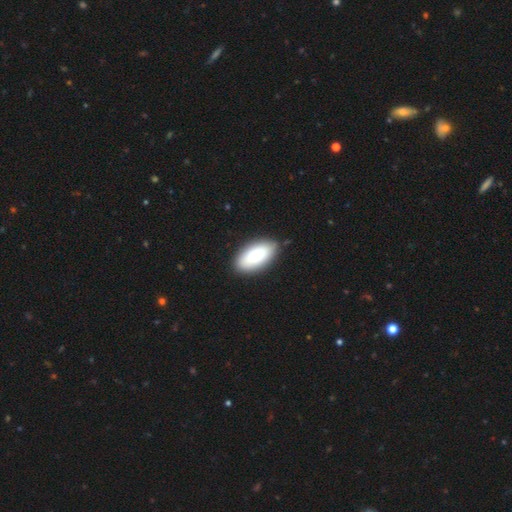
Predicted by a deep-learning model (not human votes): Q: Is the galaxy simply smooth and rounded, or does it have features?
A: smooth — 87%.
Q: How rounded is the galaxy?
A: in between — 92%.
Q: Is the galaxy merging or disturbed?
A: none — 84%.